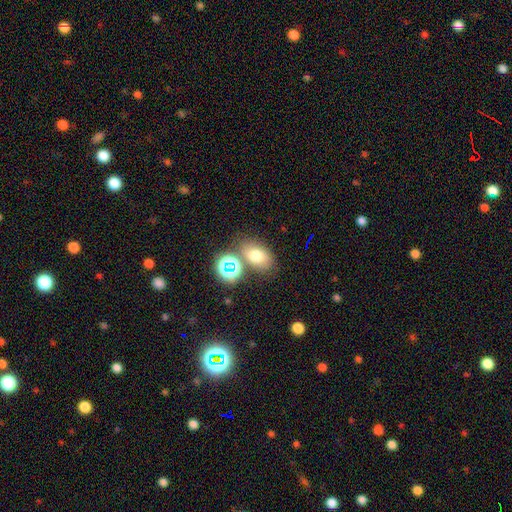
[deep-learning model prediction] This appears to be a smooth galaxy with no disk features (67%) that is in between round and cigar-shaped (74%). Merging: none (68%).